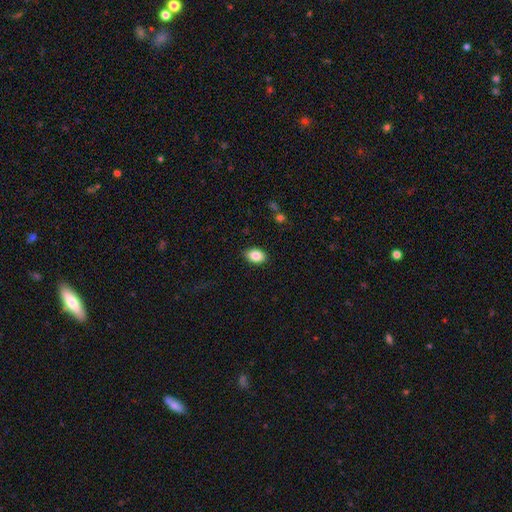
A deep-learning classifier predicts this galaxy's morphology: A smooth galaxy with no disk features (87%) that is in between round and cigar-shaped (86%). Merging: none (89%).